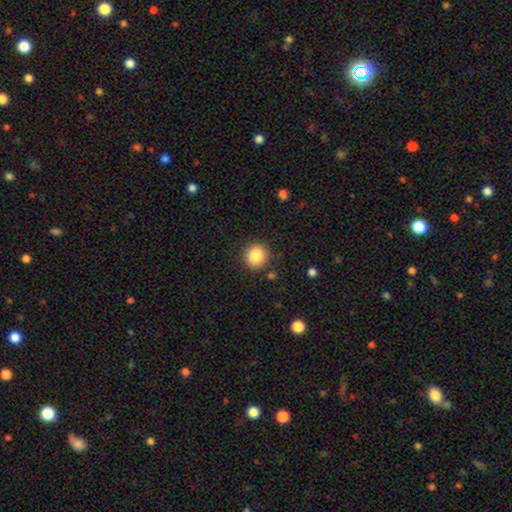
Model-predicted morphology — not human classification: A smooth galaxy with no disk features (85%) that is round (89%).

Vote fractions:
- Smooth or featured? smooth: 85% / star or artifact: 9% / featured or disk: 6%
- How rounded? round: 89% / in between: 10% / cigar-shaped: 1%
- Merging? none: 89% / minor disturbance: 7% / major disturbance: 2% / merger: 2%